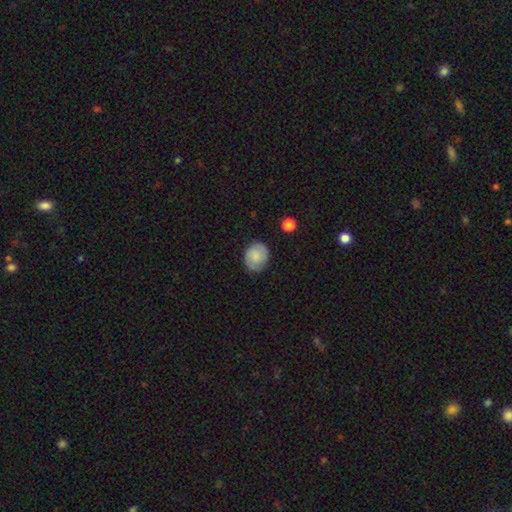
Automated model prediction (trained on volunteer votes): Overall: smooth (61%; featured or disk 31%). How rounded: round (57%; in between 42%). Merging: none (80%).